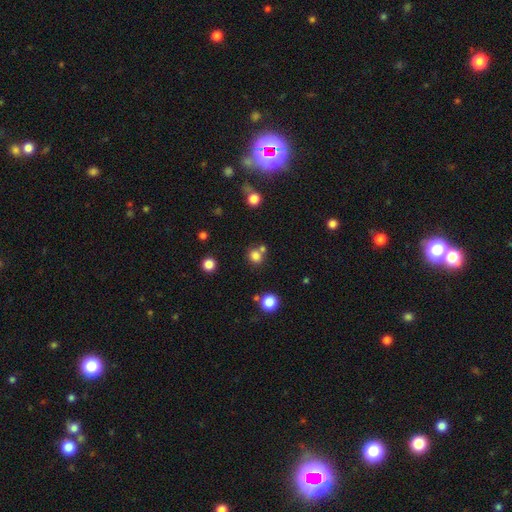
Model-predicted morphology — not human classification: A smooth galaxy with no disk features (78%) that is round (78%).

Vote fractions:
- Smooth or featured? smooth: 78% / star or artifact: 15% / featured or disk: 7%
- How rounded? round: 78% / in between: 21% / cigar-shaped: 1%
- Merging? none: 63% / merger: 24% / minor disturbance: 9% / major disturbance: 3%